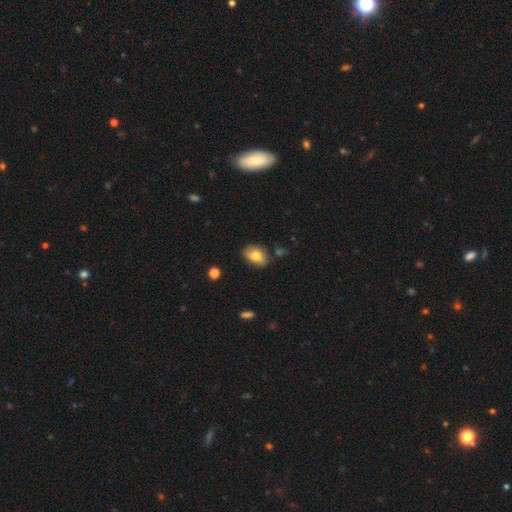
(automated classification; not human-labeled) A smooth galaxy with no disk features (75%) that is in between round and cigar-shaped (84%). Merging: none (71%).